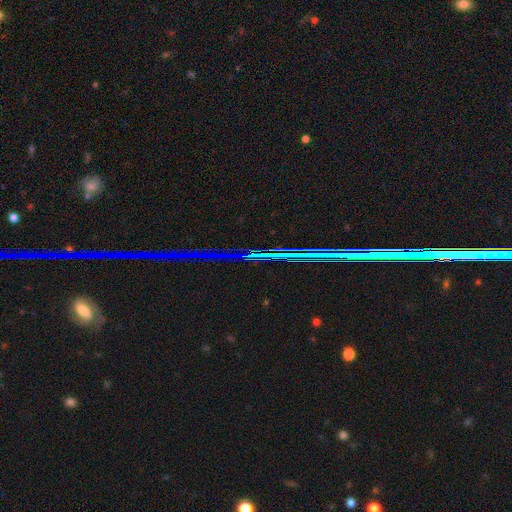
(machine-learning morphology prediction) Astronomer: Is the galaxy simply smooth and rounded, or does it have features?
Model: star or artifact — 82%.